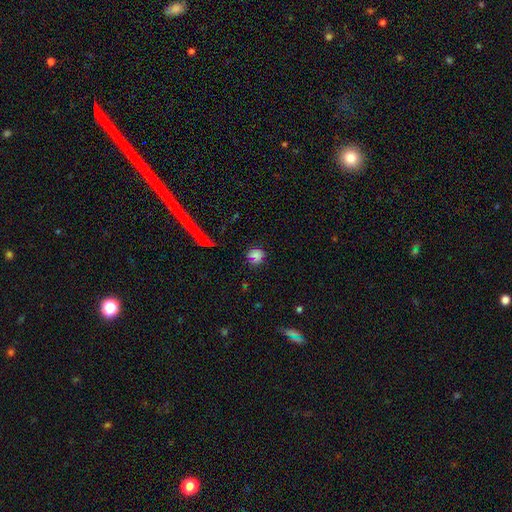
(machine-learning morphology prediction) The model was most divided on "smooth or featured": smooth: 66%, star or artifact: 25%, featured or disk: 10%. More confident: how rounded — round (80%); merging — none (77%).